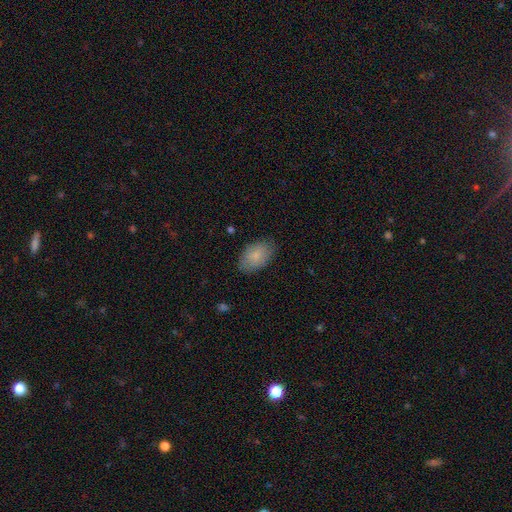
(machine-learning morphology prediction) smooth 84%, featured or disk 10%, star or artifact 7%. Down the decision tree: how rounded — in between (92%); merging — none (83%).